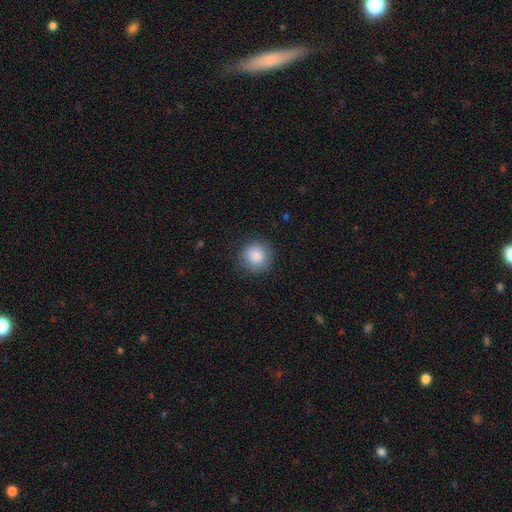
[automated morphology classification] Smooth or featured: smooth — 87% (star or artifact — 9%)
How rounded: round — 93% (in between — 6%)
Merging: none — 86% (minor disturbance — 10%)